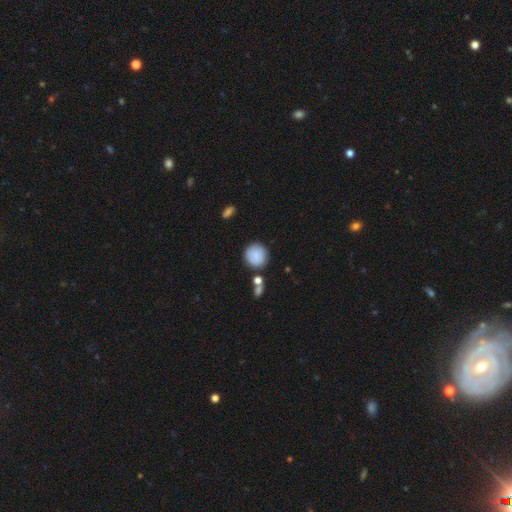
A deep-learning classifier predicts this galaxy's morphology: A smooth galaxy with no disk features (85%) that is round (90%).

Vote fractions:
- Smooth or featured? smooth: 85% / featured or disk: 8% / star or artifact: 7%
- How rounded? round: 90% / in between: 9% / cigar-shaped: 1%
- Merging? none: 79% / minor disturbance: 11% / merger: 7% / major disturbance: 3%